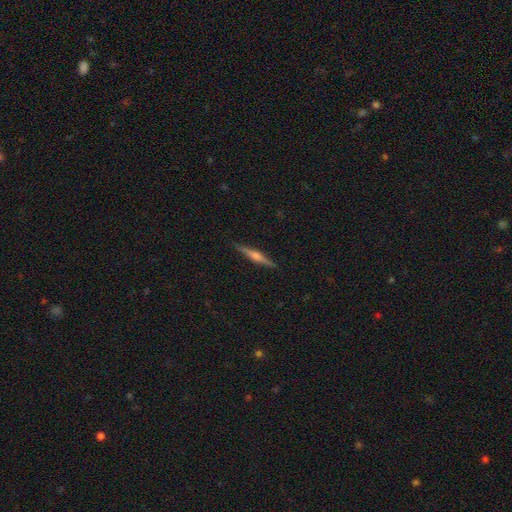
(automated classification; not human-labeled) Smooth or featured? featured or disk (75%)
Edge-on disk? yes (98%)
Edge-on bulge? rounded (80%)
Merging? none (92%)